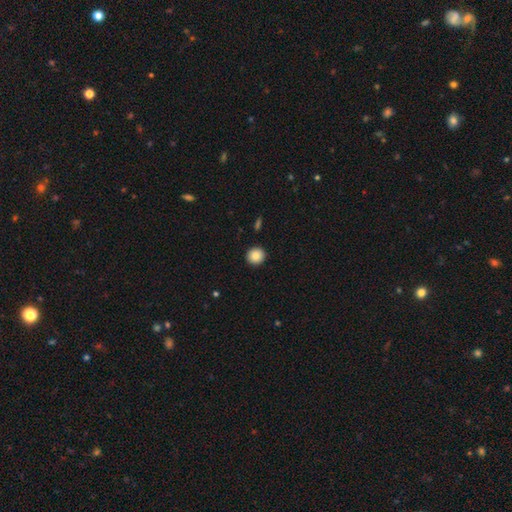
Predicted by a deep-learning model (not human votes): Smooth or featured? Predicted: smooth (p=0.87). How rounded? Predicted: round (p=0.93). Merging? Predicted: none (p=0.93).